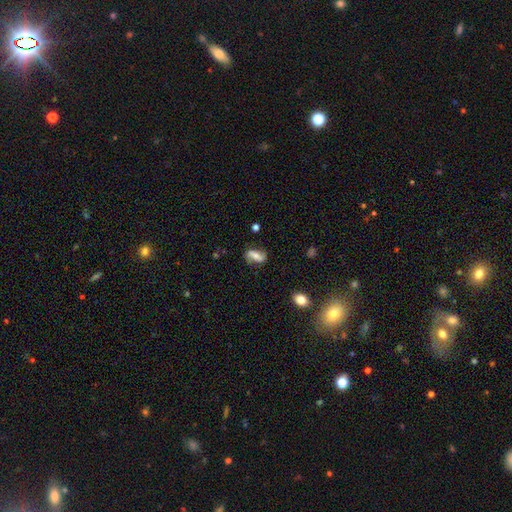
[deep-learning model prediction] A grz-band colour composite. It shows a featured or disk galaxy (55%) with a strong bar (40%), spiral arms (82%) and a moderate central bulge (49%). Merging: none (74%).